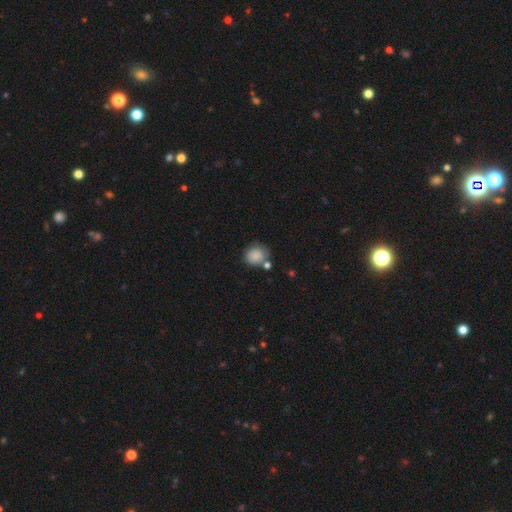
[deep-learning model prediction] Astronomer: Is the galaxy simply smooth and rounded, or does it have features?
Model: smooth — 86%.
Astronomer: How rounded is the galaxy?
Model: round — 78%.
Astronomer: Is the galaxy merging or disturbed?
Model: none — 63%.